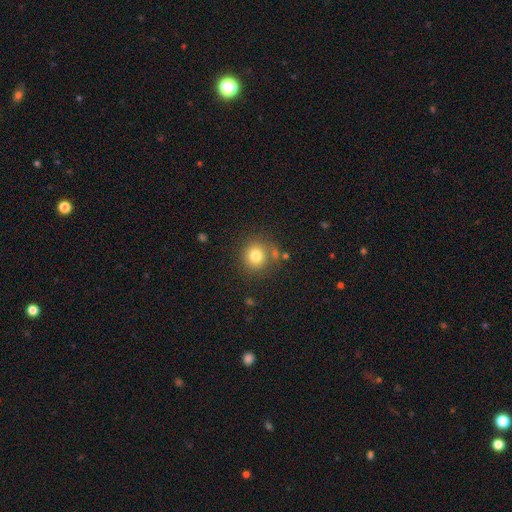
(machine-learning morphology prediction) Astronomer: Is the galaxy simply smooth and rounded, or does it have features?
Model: smooth — 79%.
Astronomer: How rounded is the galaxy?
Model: round — 90%.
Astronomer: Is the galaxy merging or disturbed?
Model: none — 77%.